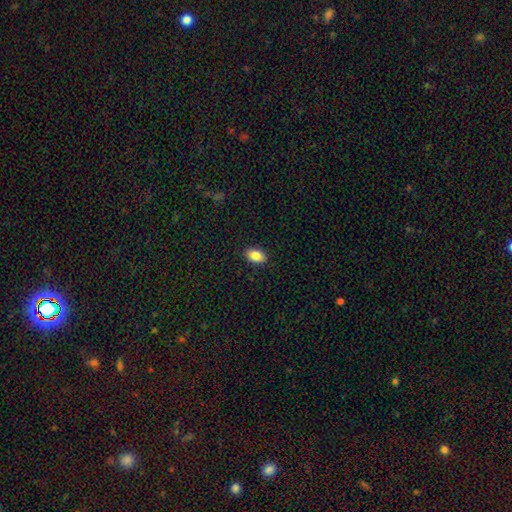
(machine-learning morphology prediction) A smooth galaxy with no disk features (87%) that is in between round and cigar-shaped (91%).

Vote fractions:
- Smooth or featured? smooth: 87% / star or artifact: 8% / featured or disk: 6%
- How rounded? in between: 91% / round: 8% / cigar-shaped: 1%
- Merging? none: 90% / minor disturbance: 8% / major disturbance: 2% / merger: 1%